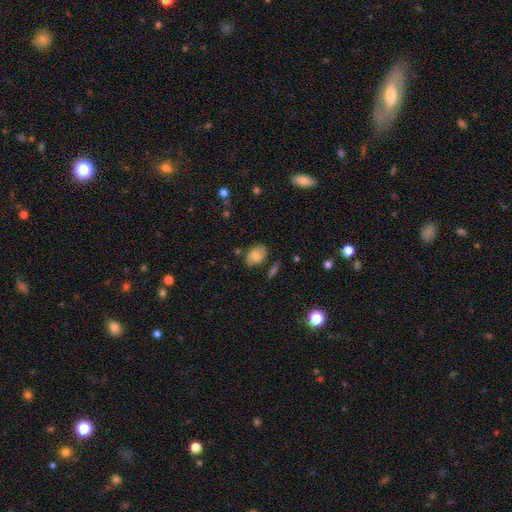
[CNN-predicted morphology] type=smooth (69%); roundness=in between (82%); merging=none (74%).